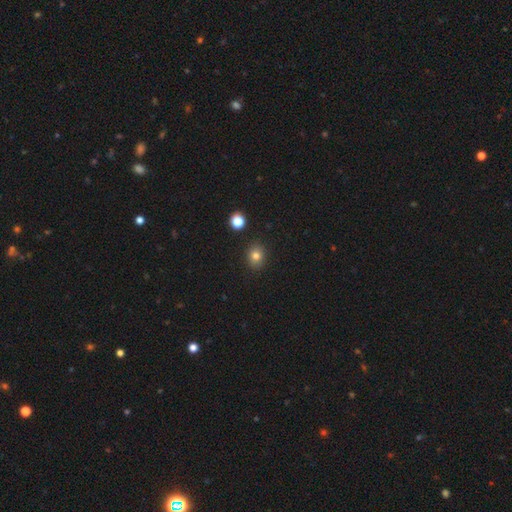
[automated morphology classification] smooth 79%, star or artifact 13%, featured or disk 8%. Down the decision tree: how rounded — round (60%); merging — none (88%).